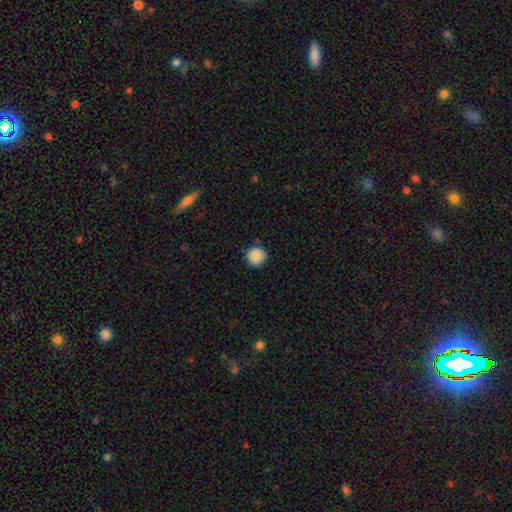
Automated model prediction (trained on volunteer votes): Smooth or featured? smooth (88%)
How rounded? round (92%)
Merging? none (82%)